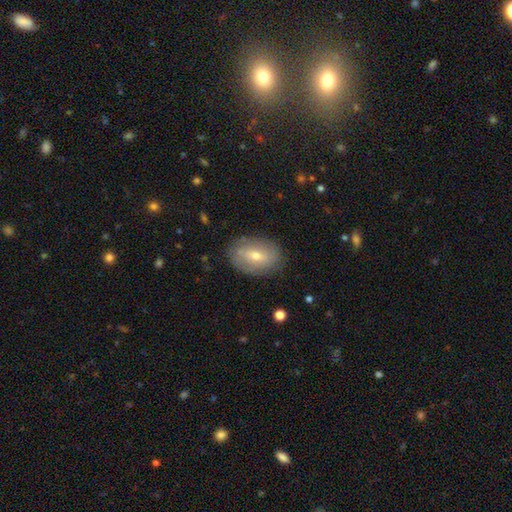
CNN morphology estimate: A smooth galaxy with no disk features (49%). Merging: none (82%).